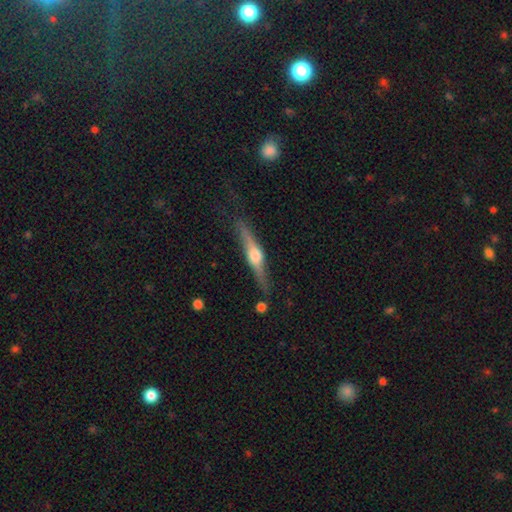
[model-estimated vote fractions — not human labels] Smooth or featured: featured or disk — 71% (smooth — 24%)
Edge-on disk: yes — 96% (no — 4%)
Edge-on bulge: rounded — 91% (boxy — 6%)
Merging: none — 80% (minor disturbance — 13%)